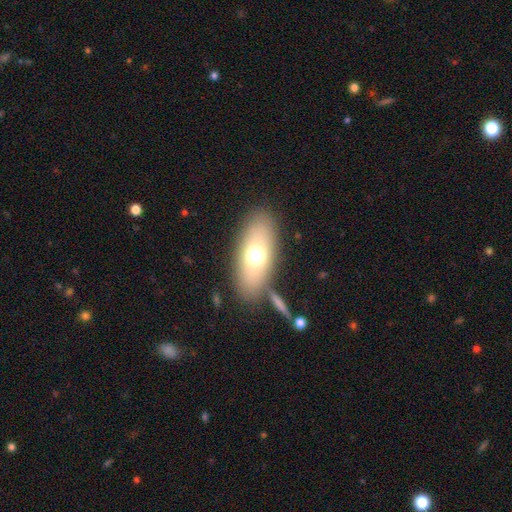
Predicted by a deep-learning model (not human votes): This is likely a smooth galaxy (68%). How rounded: clearly in between (84%). Merging: likely none (75%).